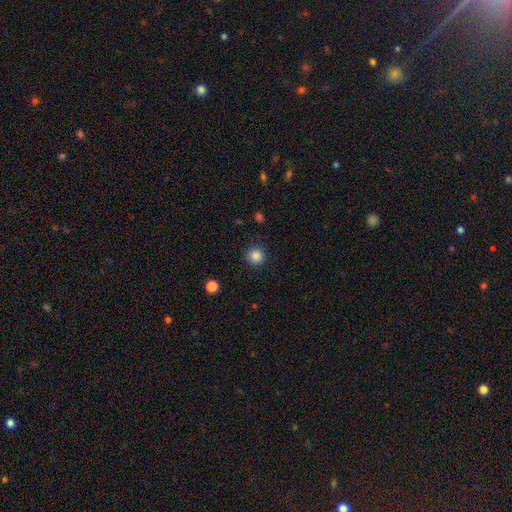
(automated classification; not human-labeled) Smooth or featured?
  - smooth: 86% *
  - star or artifact: 11%
  - featured or disk: 3%
How rounded?
  - round: 95% *
  - in between: 4%
  - cigar-shaped: 1%
Merging?
  - none: 90% *
  - minor disturbance: 7%
  - major disturbance: 2%
  - merger: 1%